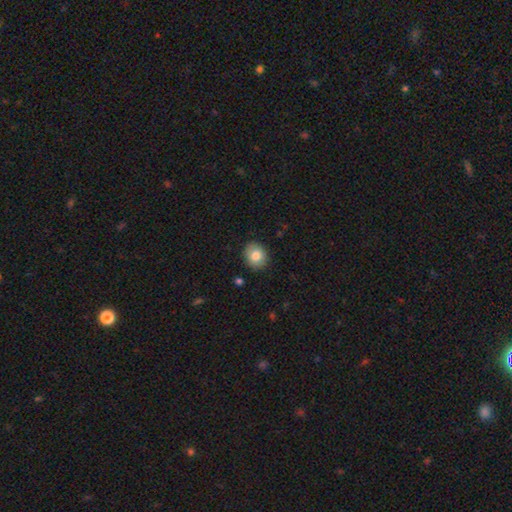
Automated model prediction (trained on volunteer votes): The model was most divided on "how rounded": round: 59%, in between: 40%, cigar-shaped: 1%. More confident: merging — none (88%); smooth or featured — smooth (82%).